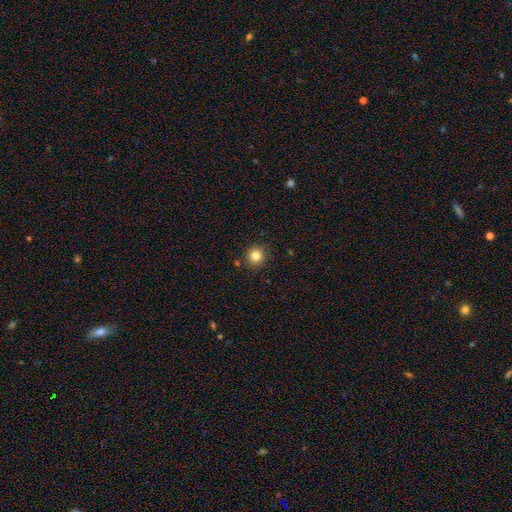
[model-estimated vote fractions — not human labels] Smooth or featured? smooth (82%)
How rounded? round (90%)
Merging? none (87%)